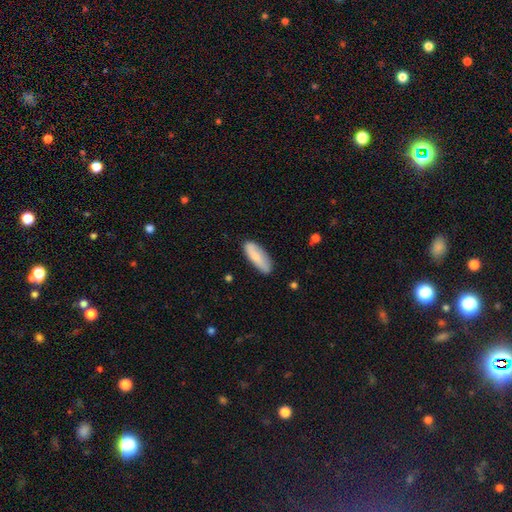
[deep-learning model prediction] Overall: smooth (79%). How rounded: in between (62%; cigar-shaped 36%). Merging: none (78%).